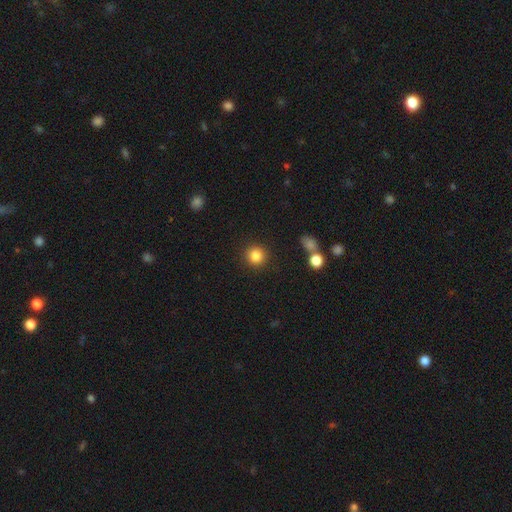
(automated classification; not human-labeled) The model was most divided on "smooth or featured": smooth: 85%, star or artifact: 10%, featured or disk: 5%. More confident: how rounded — round (93%); merging — none (90%).